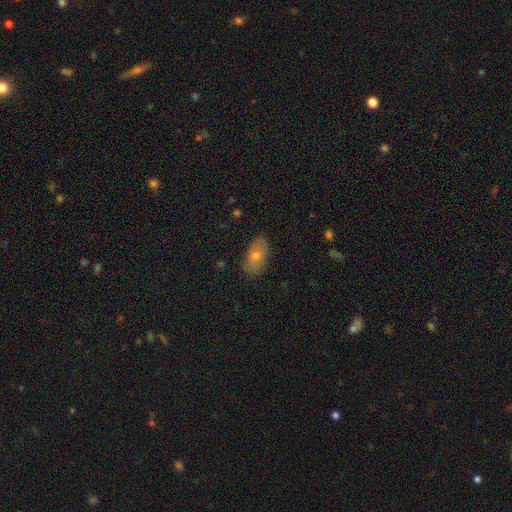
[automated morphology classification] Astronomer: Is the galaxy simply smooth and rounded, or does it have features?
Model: smooth — 59%.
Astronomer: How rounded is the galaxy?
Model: in between — 91%.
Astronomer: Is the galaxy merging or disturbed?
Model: none — 81%.